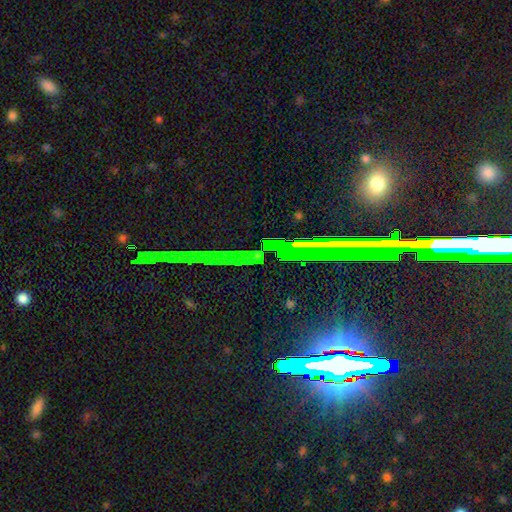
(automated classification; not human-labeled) Smooth or featured? Predicted: star or artifact (p=0.80).